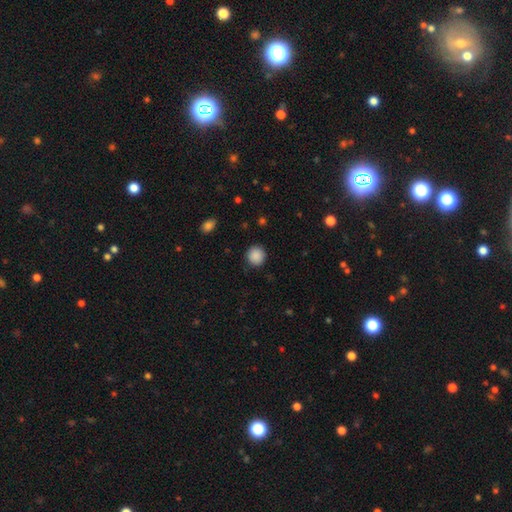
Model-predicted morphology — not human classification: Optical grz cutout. It shows a smooth galaxy with no disk features (89%) that is round (93%). Merging: none (89%).